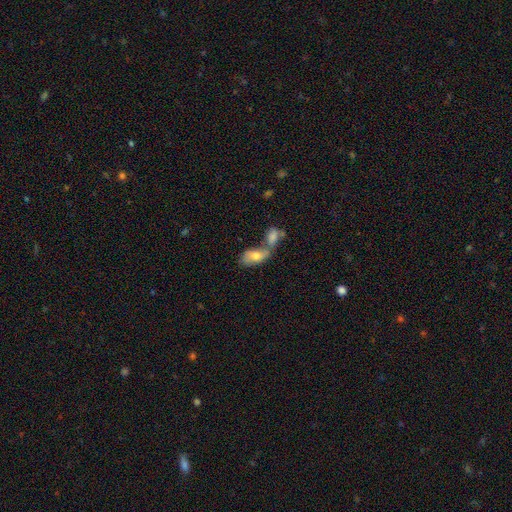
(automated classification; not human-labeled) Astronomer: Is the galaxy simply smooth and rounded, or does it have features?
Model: smooth — 66%.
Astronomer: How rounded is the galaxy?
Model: in between — 89%.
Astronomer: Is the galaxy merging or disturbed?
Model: merger — 62%.